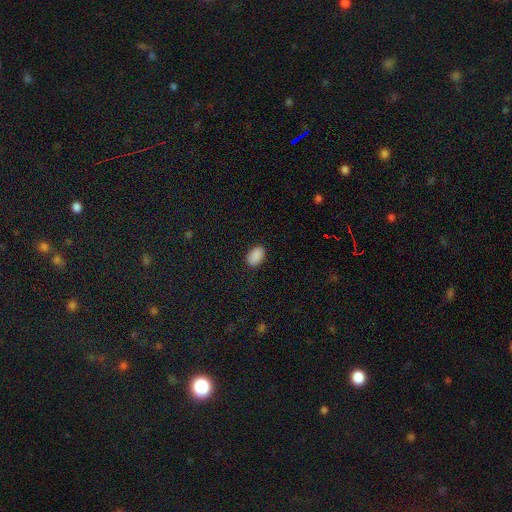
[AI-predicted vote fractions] Q: Smooth or featured?
A: smooth (90%); runner-up: star or artifact (7%)
Q: How rounded?
A: in between (90%); runner-up: round (9%)
Q: Merging?
A: none (87%); runner-up: minor disturbance (9%)